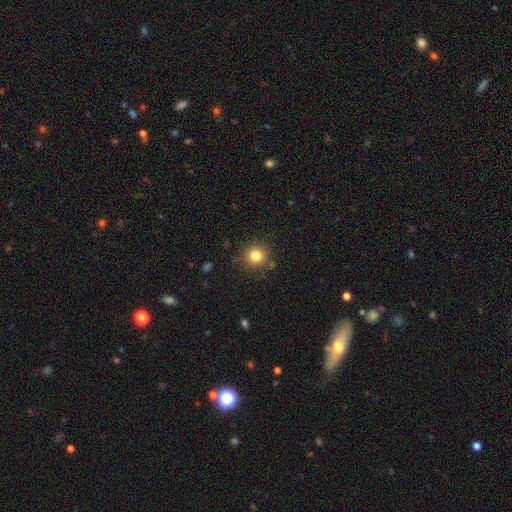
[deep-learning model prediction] Q: Smooth or featured?
A: smooth (82%); runner-up: star or artifact (12%)
Q: How rounded?
A: round (90%); runner-up: in between (9%)
Q: Merging?
A: none (86%); runner-up: minor disturbance (9%)